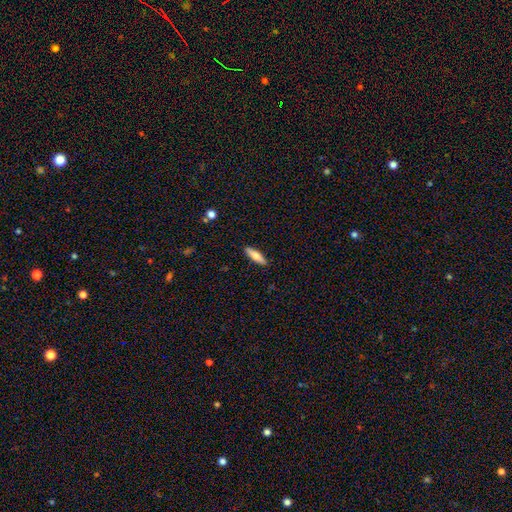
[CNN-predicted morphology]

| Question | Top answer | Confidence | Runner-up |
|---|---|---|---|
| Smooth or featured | smooth | 73% | featured or disk (21%) |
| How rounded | cigar-shaped | 58% | in between (40%) |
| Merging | none | 89% | minor disturbance (8%) |